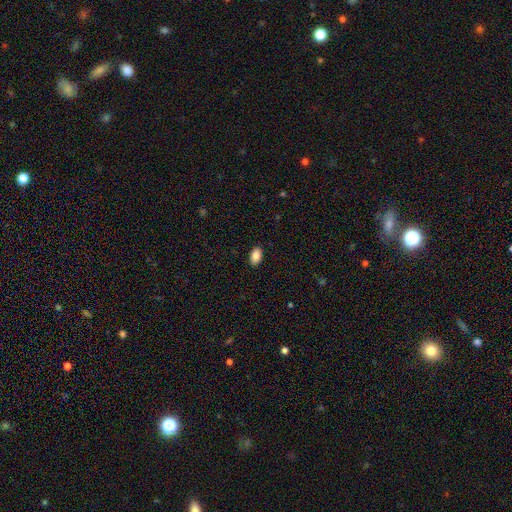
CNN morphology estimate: Smooth or featured: smooth — 86% (star or artifact — 8%)
How rounded: in between — 92% (round — 7%)
Merging: none — 89% (minor disturbance — 8%)